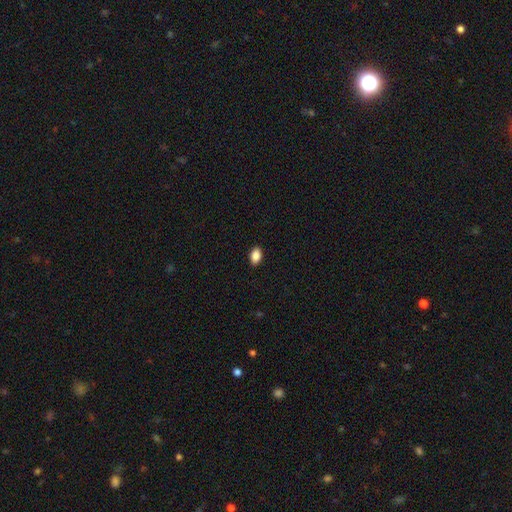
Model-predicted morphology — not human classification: A smooth galaxy with no disk features (87%) that is in between round and cigar-shaped (89%).

Vote fractions:
- Smooth or featured? smooth: 87% / star or artifact: 8% / featured or disk: 4%
- How rounded? in between: 89% / round: 9% / cigar-shaped: 2%
- Merging? none: 90% / minor disturbance: 8% / major disturbance: 2% / merger: 1%